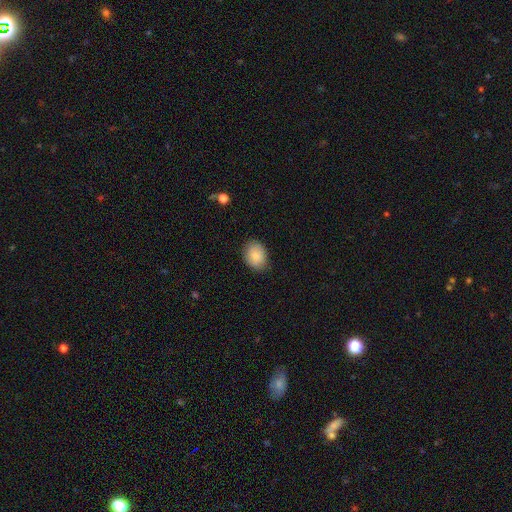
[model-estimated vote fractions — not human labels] smooth_or_featured: smooth (p=0.84) [alt: featured or disk p=0.08]
how_rounded: in between (p=0.67) [alt: round p=0.32]
merging: none (p=0.84) [alt: minor disturbance p=0.12]